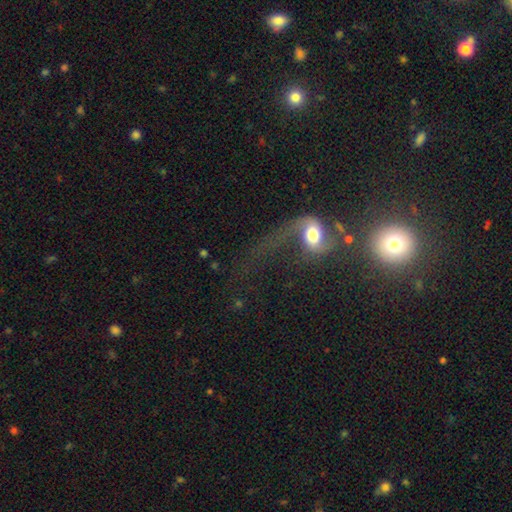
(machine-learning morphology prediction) This is possibly a featured or disk galaxy (49%). Merging: possibly major disturbance (51%).